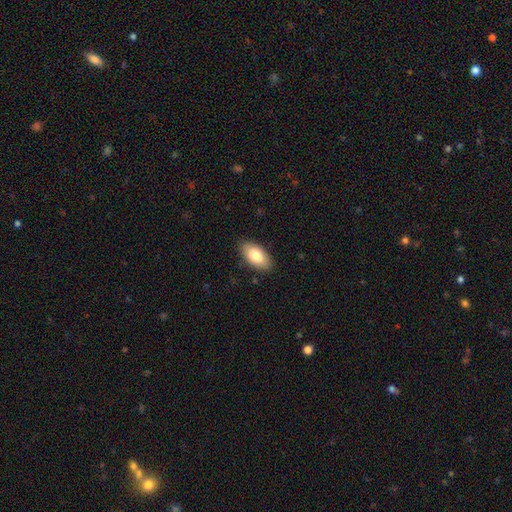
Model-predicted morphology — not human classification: This is clearly a smooth galaxy (81%). How rounded: clearly in between (94%). Merging: clearly none (87%).